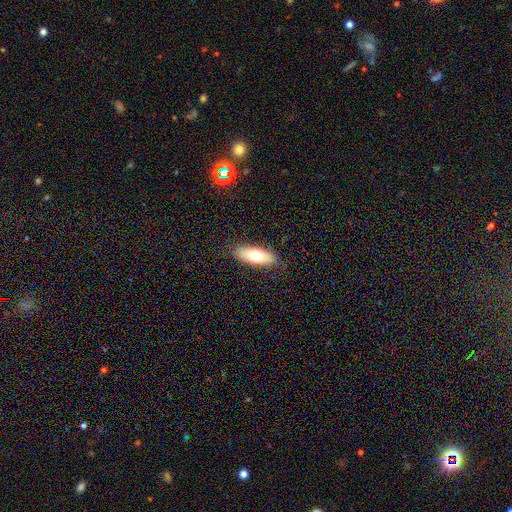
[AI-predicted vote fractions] smooth_or_featured: smooth (p=0.71) [alt: featured or disk p=0.23]
how_rounded: in between (p=0.72) [alt: cigar-shaped p=0.26]
merging: none (p=0.86) [alt: minor disturbance p=0.11]